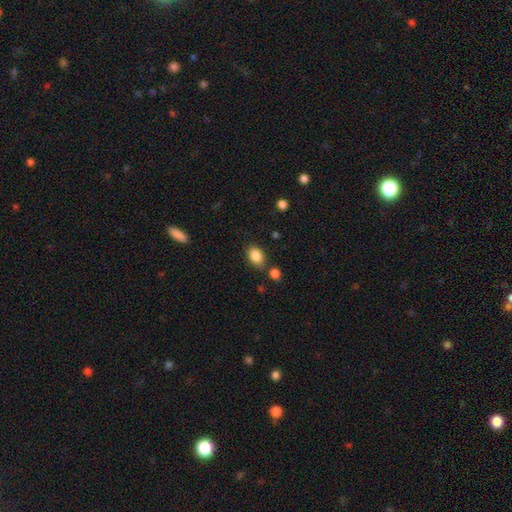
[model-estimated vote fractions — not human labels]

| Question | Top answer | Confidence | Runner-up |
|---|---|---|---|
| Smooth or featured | smooth | 86% | star or artifact (8%) |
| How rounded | in between | 79% | round (20%) |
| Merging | none | 75% | minor disturbance (14%) |